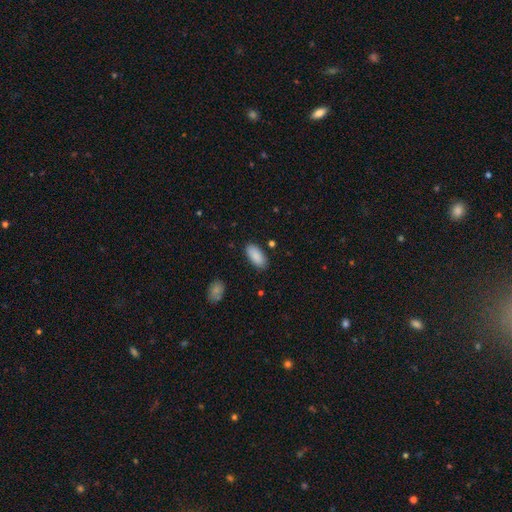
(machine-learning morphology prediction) smooth-or-featured: smooth: 89% | star or artifact: 6% | featured or disk: 5%
  how-rounded: in between: 91% | cigar-shaped: 7% | round: 2%
  merging: none: 85% | minor disturbance: 10% | major disturbance: 2% | merger: 2%